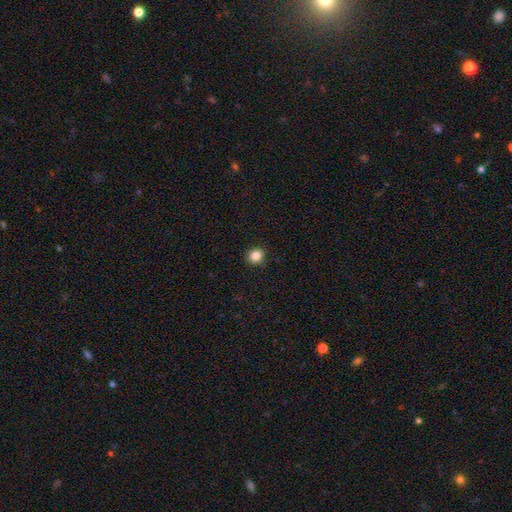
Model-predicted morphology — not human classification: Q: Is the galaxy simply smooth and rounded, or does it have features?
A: smooth — 85%.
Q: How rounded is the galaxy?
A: round — 87%.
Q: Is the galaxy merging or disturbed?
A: none — 91%.